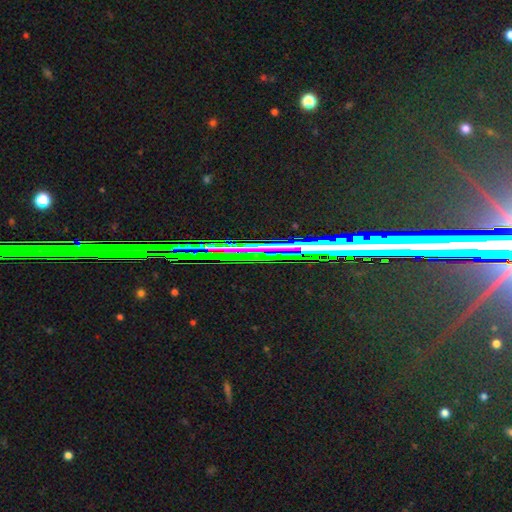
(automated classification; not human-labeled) A star or artifact, not a galaxy (78%).